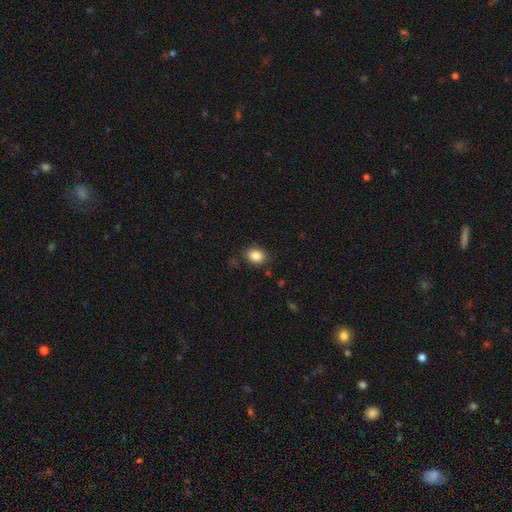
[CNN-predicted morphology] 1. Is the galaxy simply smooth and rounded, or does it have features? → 86% smooth, 9% star or artifact, 5% featured or disk.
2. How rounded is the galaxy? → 58% in between, 41% round, 1% cigar-shaped.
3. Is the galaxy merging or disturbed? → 81% none, 14% minor disturbance, 3% major disturbance, 2% merger.